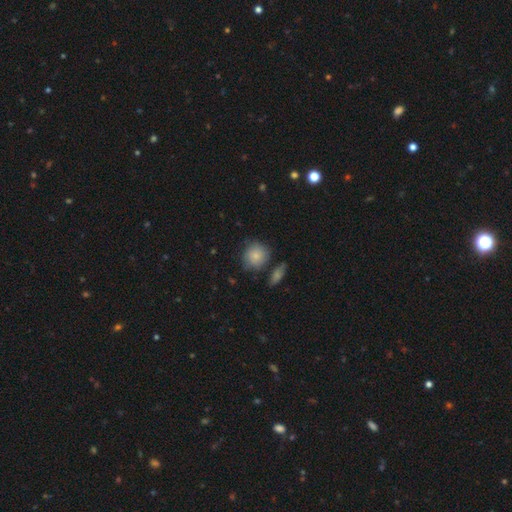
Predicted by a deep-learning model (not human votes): A smooth galaxy with no disk features (81%) that is round (84%). Merging: none (68%).